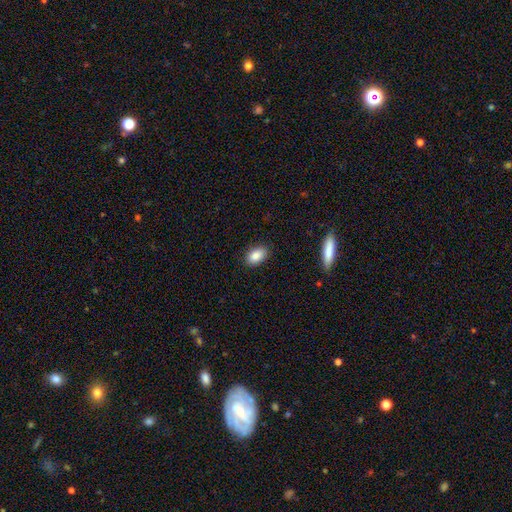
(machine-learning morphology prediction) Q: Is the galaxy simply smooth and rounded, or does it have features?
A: smooth — 87%.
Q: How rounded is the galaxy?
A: in between — 90%.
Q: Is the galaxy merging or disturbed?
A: none — 88%.